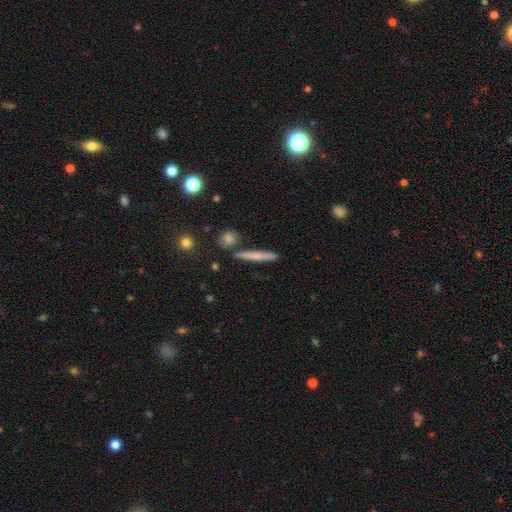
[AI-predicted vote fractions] Smooth or featured?
  - smooth: 63% *
  - featured or disk: 30%
  - star or artifact: 7%
How rounded?
  - cigar-shaped: 93% *
  - in between: 4%
  - round: 3%
Merging?
  - none: 85% *
  - minor disturbance: 7%
  - merger: 5%
  - major disturbance: 2%